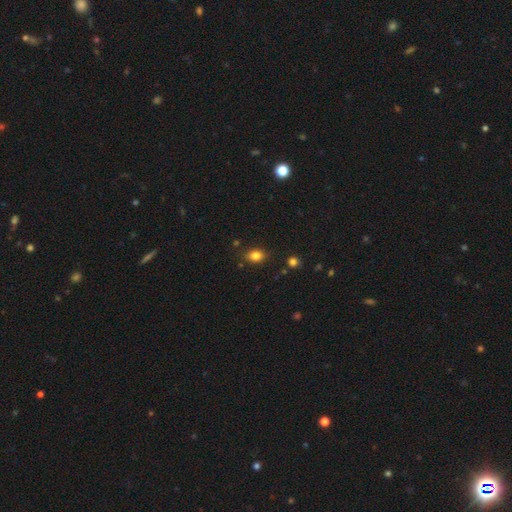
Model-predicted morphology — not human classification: Smooth or featured?
  - smooth: 83% *
  - star or artifact: 11%
  - featured or disk: 6%
How rounded?
  - in between: 71% *
  - round: 28%
  - cigar-shaped: 1%
Merging?
  - none: 84% *
  - minor disturbance: 11%
  - major disturbance: 3%
  - merger: 2%